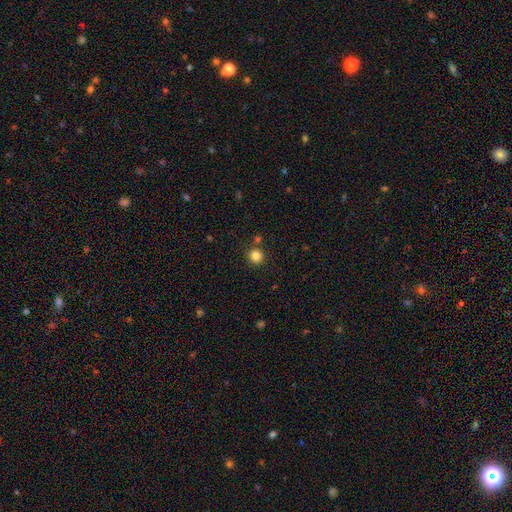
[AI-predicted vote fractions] Morphology: type=smooth (83%); roundness=round (93%); merging=none (84%).